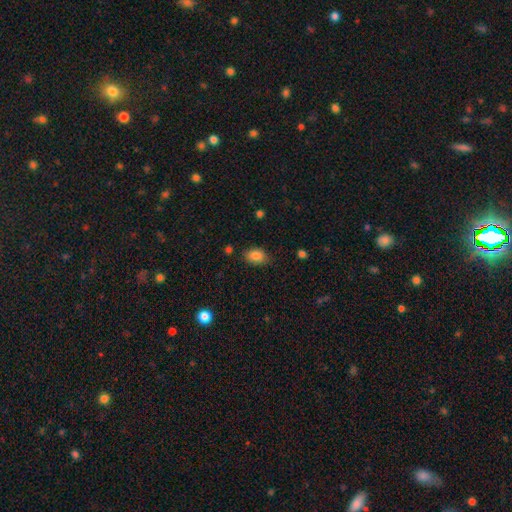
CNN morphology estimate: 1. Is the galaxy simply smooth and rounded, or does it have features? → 86% smooth, 9% star or artifact, 6% featured or disk.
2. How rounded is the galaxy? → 81% in between, 17% round, 1% cigar-shaped.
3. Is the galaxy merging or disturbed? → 81% none, 15% minor disturbance, 3% major disturbance, 2% merger.